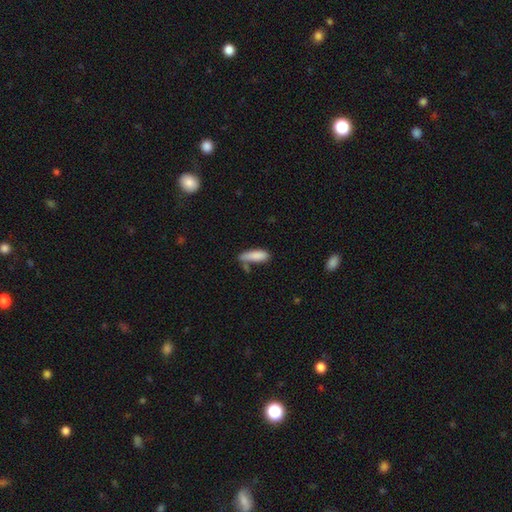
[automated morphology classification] The model was most divided on "how rounded": in between: 51%, cigar-shaped: 47%, round: 2%. More confident: smooth or featured — smooth (85%); merging — none (52%).